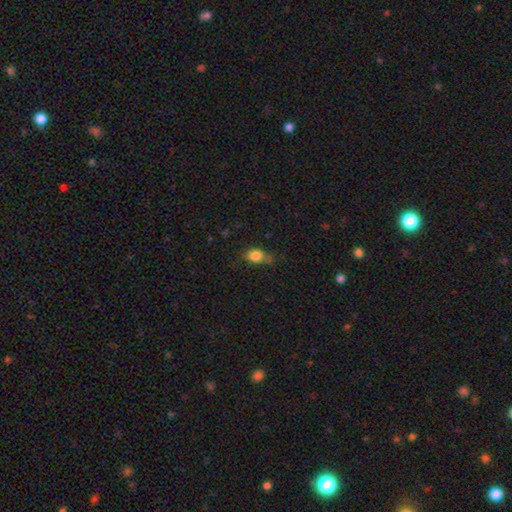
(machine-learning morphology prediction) This appears to be a smooth galaxy with no disk features (82%) that is in between round and cigar-shaped (68%). Merging: none (51%).